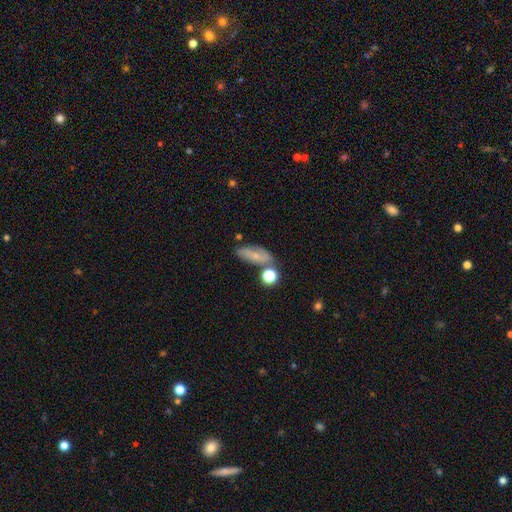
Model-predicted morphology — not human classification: Smooth or featured? smooth (51%)
How rounded? in between (73%)
Merging? none (59%)